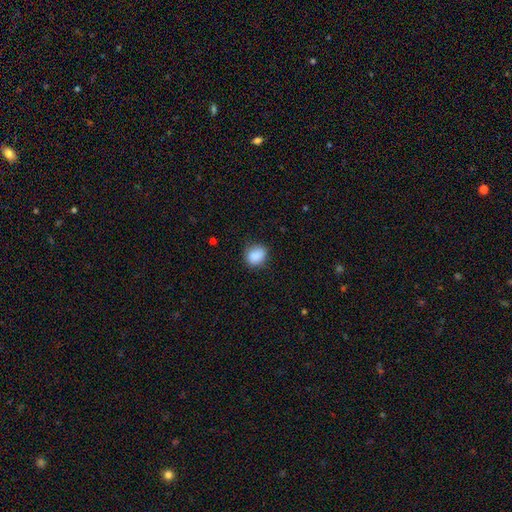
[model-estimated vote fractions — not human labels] Morphology: type=smooth (88%); roundness=round (57%); merging=none (74%).